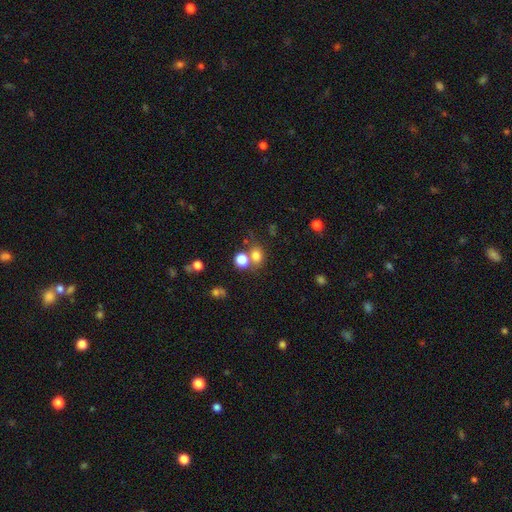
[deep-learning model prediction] Q: Smooth or featured?
A: smooth (77%); runner-up: star or artifact (15%)
Q: How rounded?
A: round (62%); runner-up: in between (37%)
Q: Merging?
A: none (52%); runner-up: merger (31%)